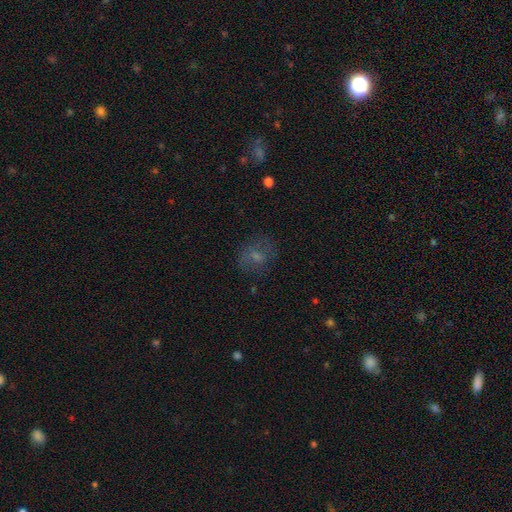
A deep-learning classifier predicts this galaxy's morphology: smooth-or-featured: smooth: 52% | featured or disk: 31% | star or artifact: 17%
  how-rounded: round: 52% | in between: 46% | cigar-shaped: 2%
  merging: none: 68% | minor disturbance: 18% | major disturbance: 12% | merger: 2%